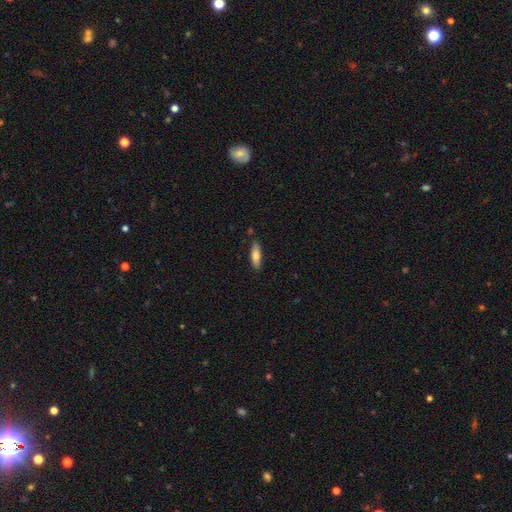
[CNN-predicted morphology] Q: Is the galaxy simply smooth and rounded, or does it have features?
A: smooth — 74%.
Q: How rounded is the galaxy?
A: in between — 51%.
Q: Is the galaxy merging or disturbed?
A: none — 82%.